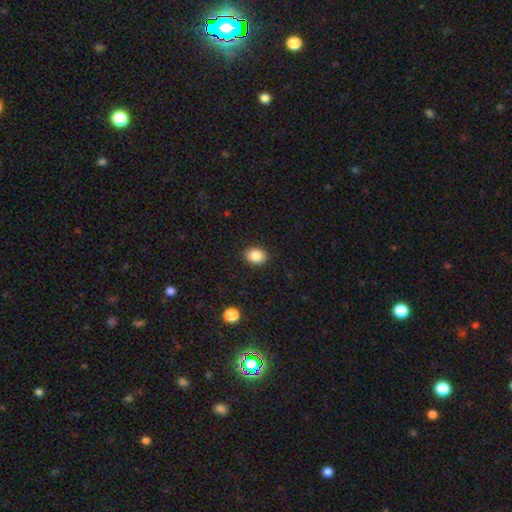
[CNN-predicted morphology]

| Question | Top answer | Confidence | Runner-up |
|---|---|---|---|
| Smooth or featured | smooth | 87% | star or artifact (9%) |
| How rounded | in between | 55% | round (45%) |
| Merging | none | 90% | minor disturbance (7%) |